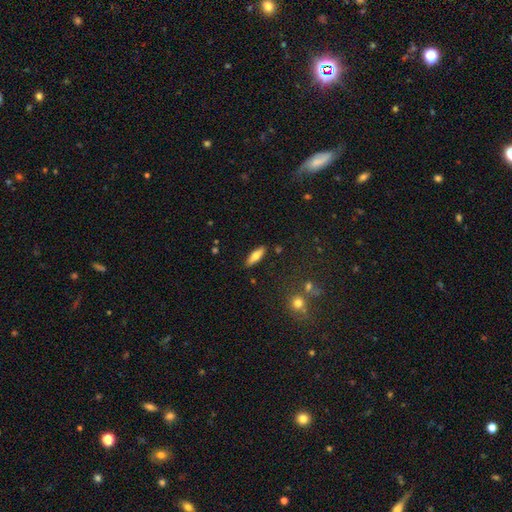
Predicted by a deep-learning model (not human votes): This is likely a smooth galaxy (68%). How rounded: possibly cigar-shaped (52%). Merging: clearly none (88%).